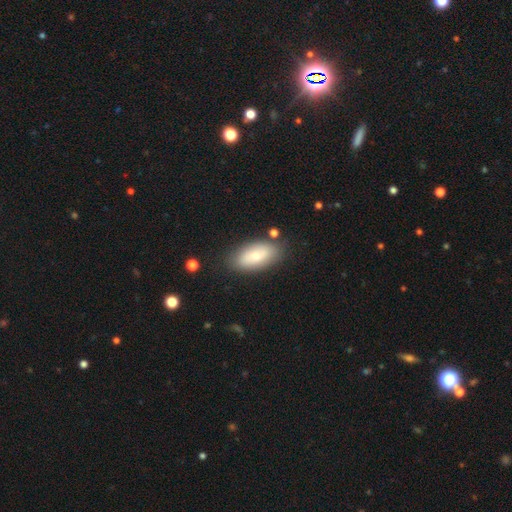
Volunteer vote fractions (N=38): This appears to be a smooth galaxy with no disk features (76%) that is in between round and cigar-shaped (97%). Merging: none (77%).